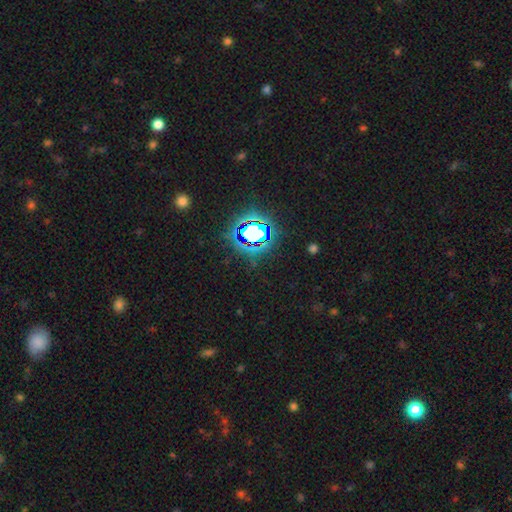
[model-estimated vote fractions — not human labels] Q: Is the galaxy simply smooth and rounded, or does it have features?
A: star or artifact — 81%.